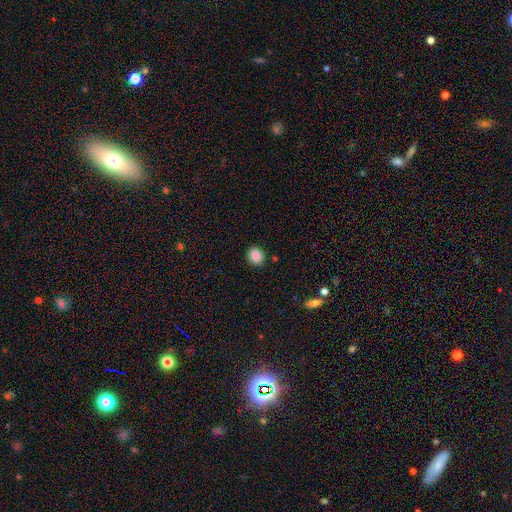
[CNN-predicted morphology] Overall: smooth (86%). How rounded: round (77%). Merging: none (89%).